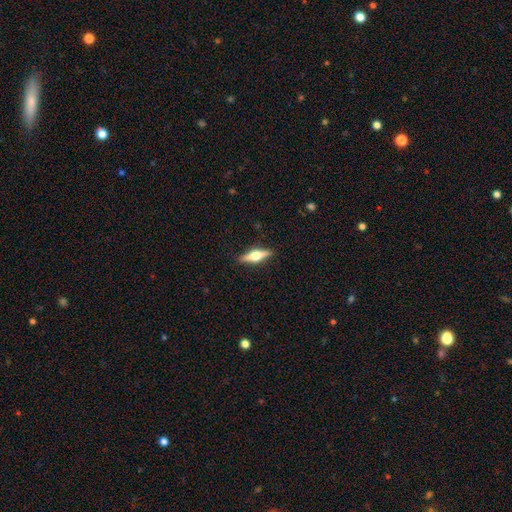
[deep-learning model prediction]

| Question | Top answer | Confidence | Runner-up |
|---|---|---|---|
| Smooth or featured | featured or disk | 60% | smooth (34%) |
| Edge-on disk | yes | 96% | no (4%) |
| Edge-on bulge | rounded | 95% | boxy (3%) |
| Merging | none | 90% | minor disturbance (7%) |